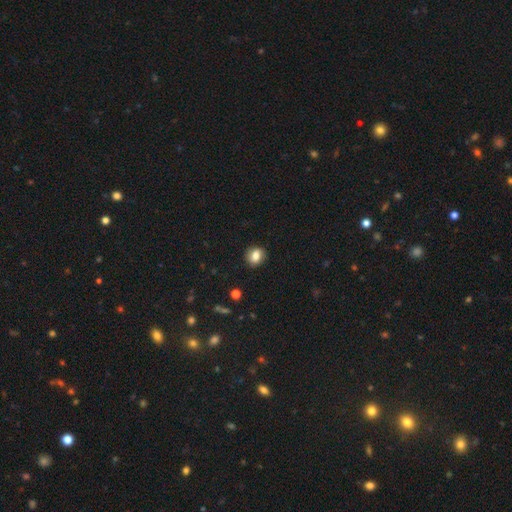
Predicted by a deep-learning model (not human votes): Smooth or featured: smooth — 81% (featured or disk — 10%)
How rounded: round — 67% (in between — 32%)
Merging: none — 86% (minor disturbance — 10%)